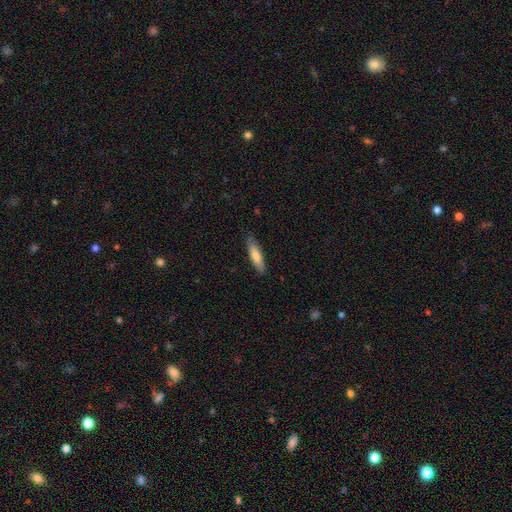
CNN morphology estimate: The model was most divided on "how rounded": cigar-shaped: 70%, in between: 29%, round: 1%. More confident: merging — none (84%); smooth or featured — smooth (76%).